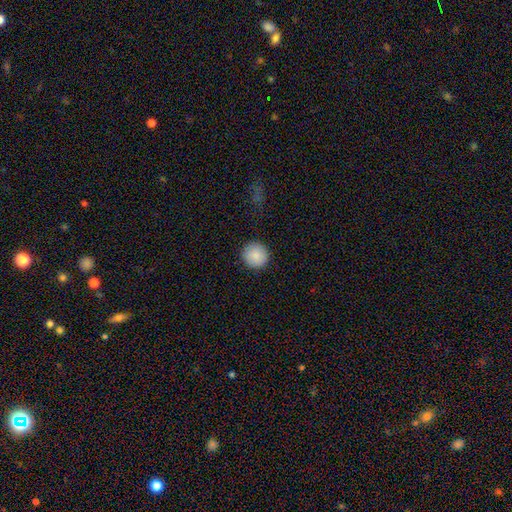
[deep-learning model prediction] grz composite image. It shows a smooth galaxy with no disk features (88%) that is round (95%). Merging: none (92%).